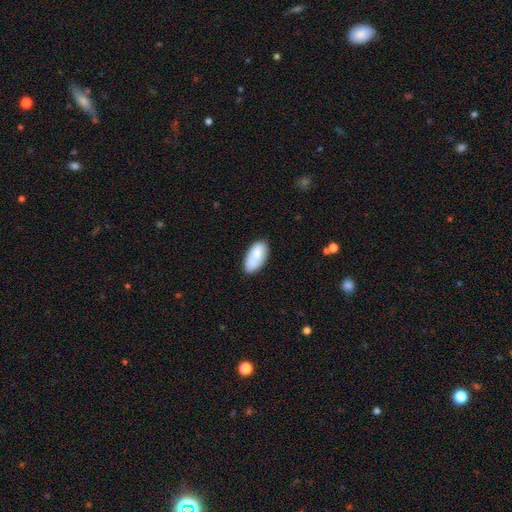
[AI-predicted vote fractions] Smooth or featured? Predicted: smooth (p=0.82). How rounded? Predicted: in between (p=0.94). Merging? Predicted: none (p=0.73).